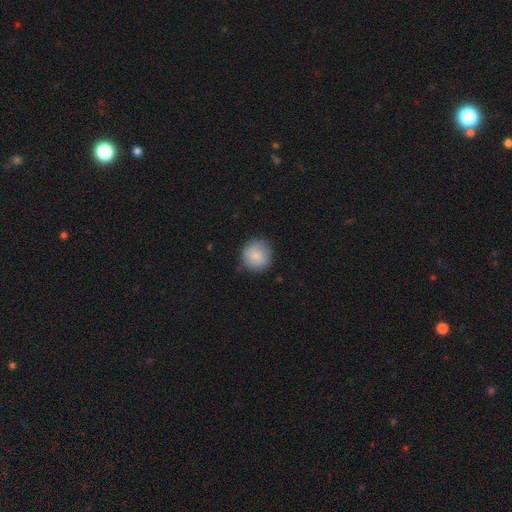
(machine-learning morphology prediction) A smooth galaxy with no disk features (86%) that is round (92%).

Vote fractions:
- Smooth or featured? smooth: 86% / featured or disk: 8% / star or artifact: 7%
- How rounded? round: 92% / in between: 7% / cigar-shaped: 1%
- Merging? none: 84% / minor disturbance: 12% / major disturbance: 3% / merger: 1%